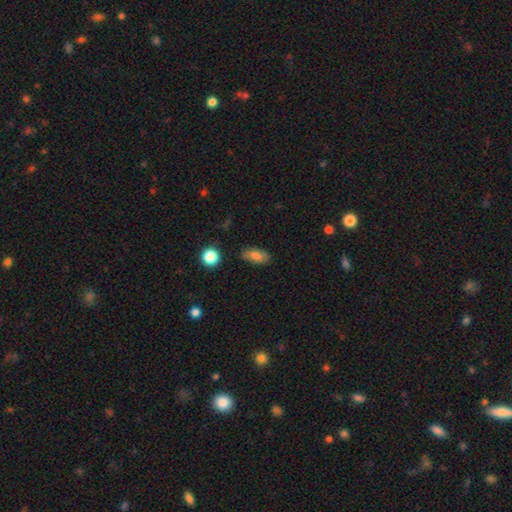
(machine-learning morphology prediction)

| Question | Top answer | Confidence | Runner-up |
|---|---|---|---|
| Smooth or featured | smooth | 76% | featured or disk (14%) |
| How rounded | in between | 87% | cigar-shaped (7%) |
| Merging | none | 79% | minor disturbance (16%) |